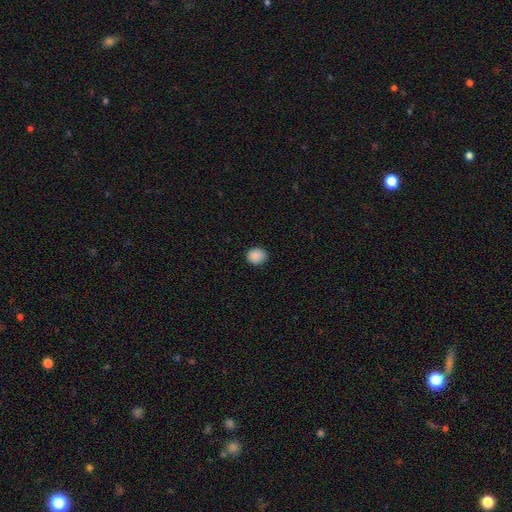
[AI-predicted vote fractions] The model was most divided on "how rounded": round: 74%, in between: 25%, cigar-shaped: 1%. More confident: smooth or featured — smooth (88%); merging — none (85%).